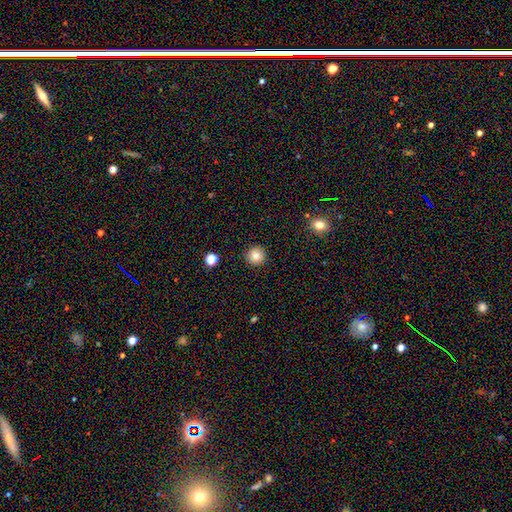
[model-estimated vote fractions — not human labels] smooth_or_featured: smooth (p=0.85) [alt: star or artifact p=0.10]
how_rounded: round (p=0.94) [alt: in between p=0.05]
merging: none (p=0.91) [alt: minor disturbance p=0.06]